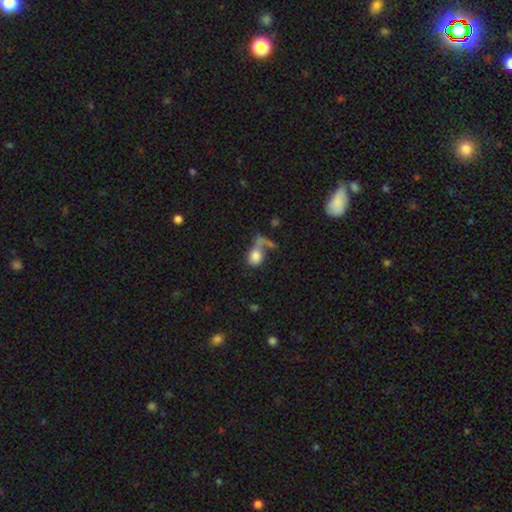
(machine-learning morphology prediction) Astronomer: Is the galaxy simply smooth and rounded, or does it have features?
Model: smooth — 76%.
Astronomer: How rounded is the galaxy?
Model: round — 49% (runner-up: in between, 48%).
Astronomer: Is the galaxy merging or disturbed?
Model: merger — 34% (runner-up: none, 27%).